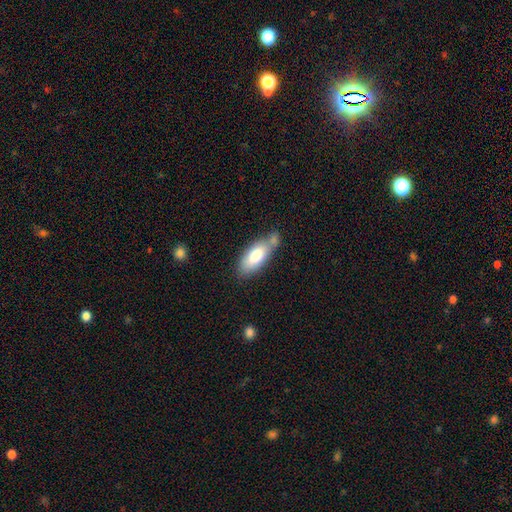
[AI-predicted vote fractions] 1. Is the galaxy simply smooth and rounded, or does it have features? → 78% smooth, 16% featured or disk, 6% star or artifact.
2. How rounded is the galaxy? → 82% in between, 16% cigar-shaped, 2% round.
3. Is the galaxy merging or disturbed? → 51% none, 22% minor disturbance, 21% merger, 6% major disturbance.